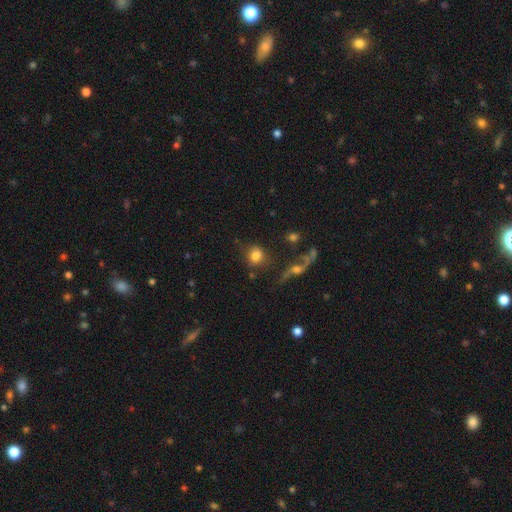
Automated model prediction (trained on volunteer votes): Smooth or featured?
  - smooth: 74% *
  - featured or disk: 15%
  - star or artifact: 11%
How rounded?
  - round: 73% *
  - in between: 24%
  - cigar-shaped: 2%
Merging?
  - none: 61% *
  - minor disturbance: 18%
  - merger: 11%
  - major disturbance: 10%